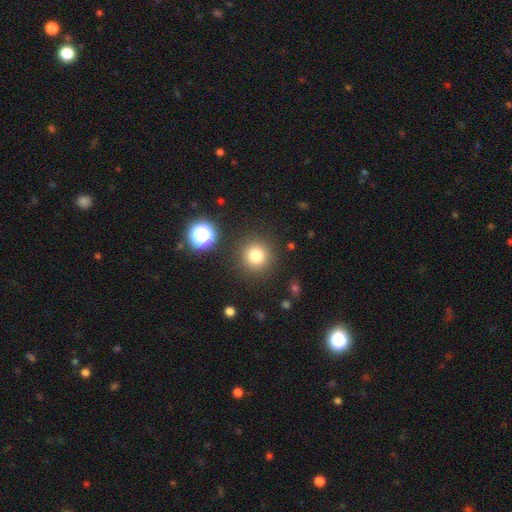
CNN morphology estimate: Q: Smooth or featured?
A: smooth (79%); runner-up: star or artifact (13%)
Q: How rounded?
A: round (94%); runner-up: in between (5%)
Q: Merging?
A: none (88%); runner-up: minor disturbance (7%)